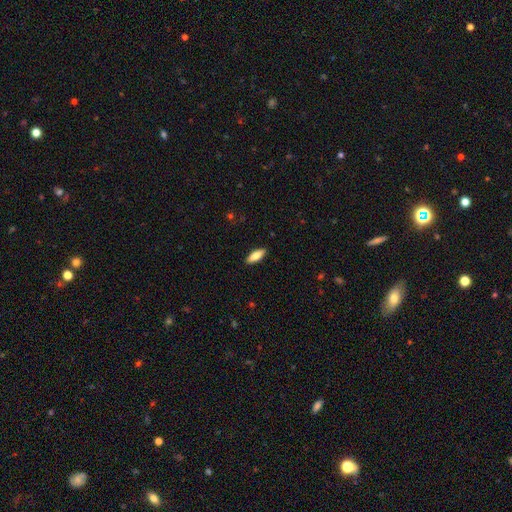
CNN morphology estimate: Smooth or featured: smooth — 79% (featured or disk — 15%)
How rounded: in between — 65% (cigar-shaped — 33%)
Merging: none — 90% (minor disturbance — 8%)